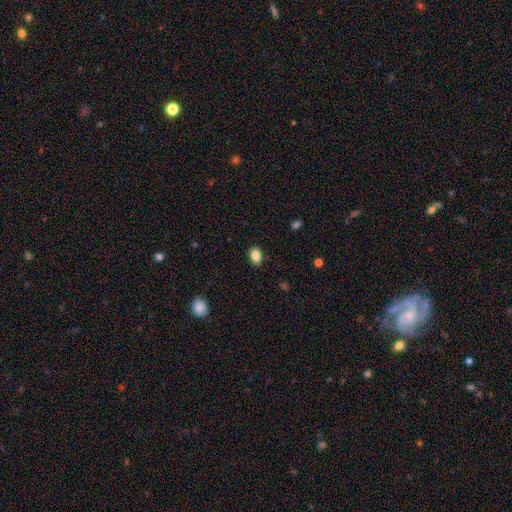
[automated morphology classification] type=smooth (87%); roundness=in between (80%); merging=none (87%).